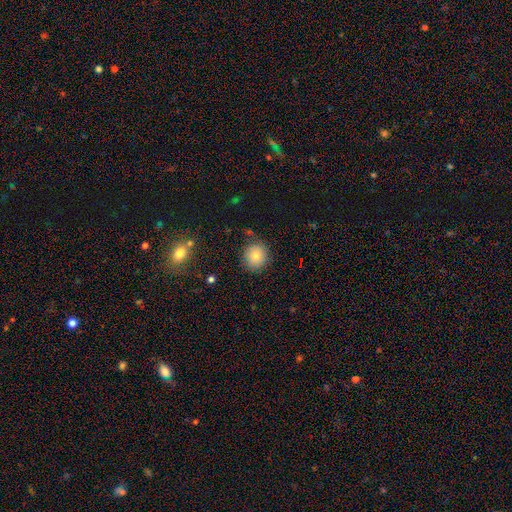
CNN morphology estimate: Smooth or featured? smooth (80%)
How rounded? round (86%)
Merging? none (83%)